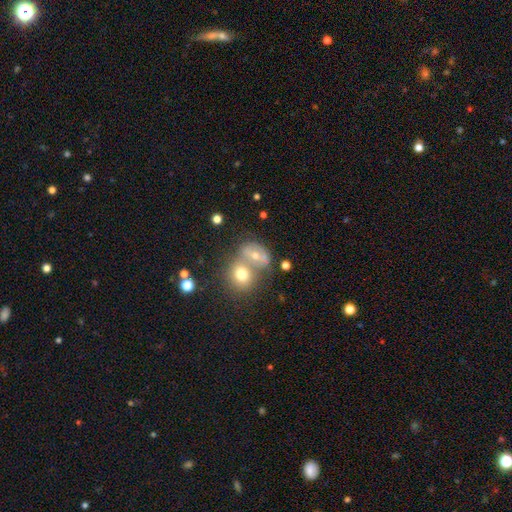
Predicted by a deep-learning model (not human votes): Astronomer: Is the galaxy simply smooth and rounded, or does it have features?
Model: smooth — 59%.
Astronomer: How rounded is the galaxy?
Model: round — 51% (runner-up: in between, 48%).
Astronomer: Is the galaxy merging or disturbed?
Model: merger — 54% (runner-up: none, 29%).